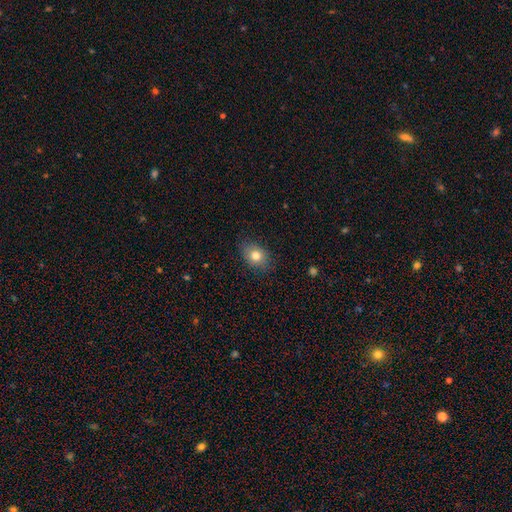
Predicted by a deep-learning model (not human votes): Morphology: type=smooth (78%); roundness=in between (69%); merging=none (83%).